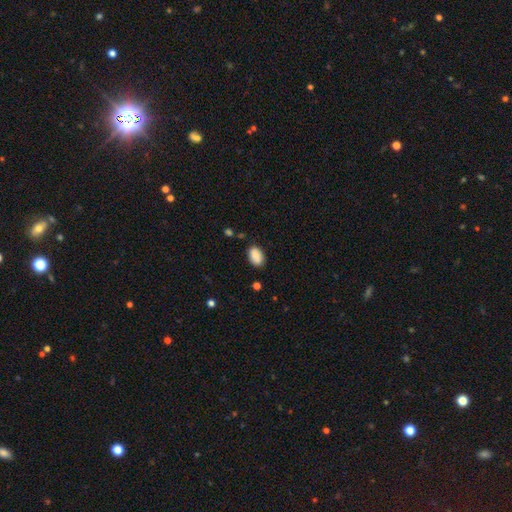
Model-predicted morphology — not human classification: Smooth or featured?
  - smooth: 88% *
  - star or artifact: 7%
  - featured or disk: 5%
How rounded?
  - in between: 90% *
  - round: 9%
  - cigar-shaped: 1%
Merging?
  - none: 79% *
  - minor disturbance: 15%
  - major disturbance: 3%
  - merger: 3%